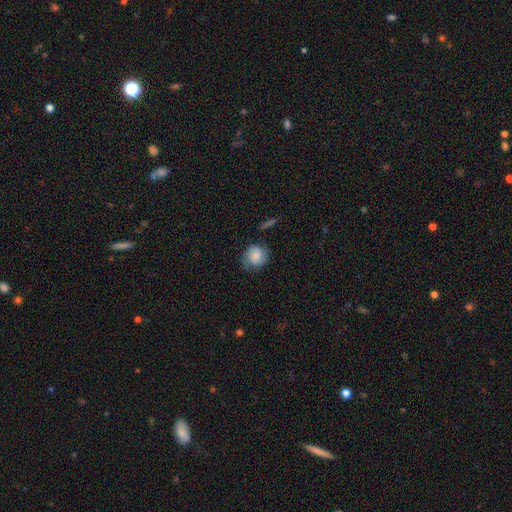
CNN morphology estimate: type=smooth (56%); roundness=round (80%); merging=none (68%).